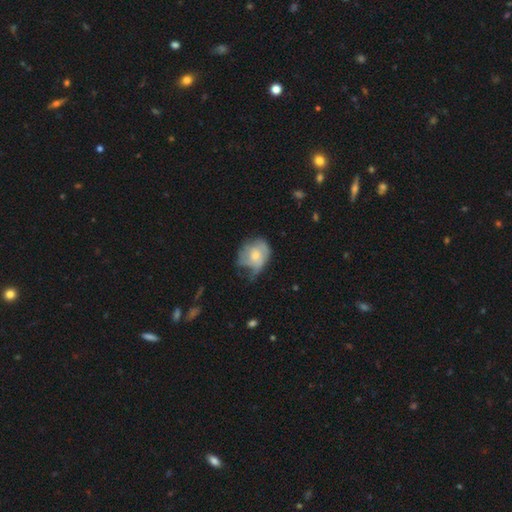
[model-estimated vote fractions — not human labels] Smooth or featured: featured or disk — 50% (smooth — 43%)
Edge-on disk: no — 97% (yes — 3%)
Merging: minor disturbance — 35% (none — 33%)